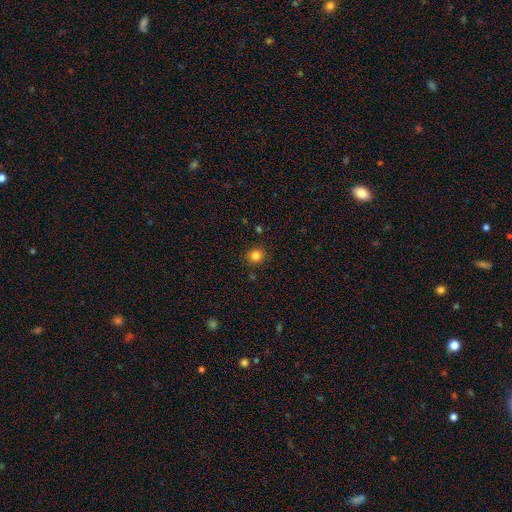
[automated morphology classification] Smooth or featured? Predicted: smooth (p=0.83). How rounded? Predicted: round (p=0.85). Merging? Predicted: none (p=0.87).